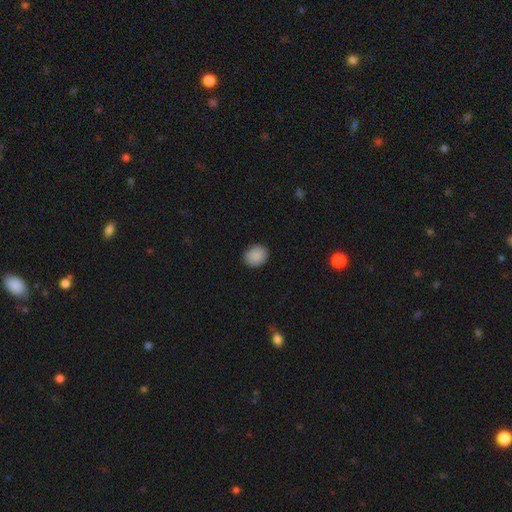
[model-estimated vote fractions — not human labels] Smooth or featured?
  - smooth: 89% *
  - star or artifact: 8%
  - featured or disk: 3%
How rounded?
  - round: 62% *
  - in between: 37%
  - cigar-shaped: 1%
Merging?
  - none: 89% *
  - minor disturbance: 8%
  - major disturbance: 2%
  - merger: 1%